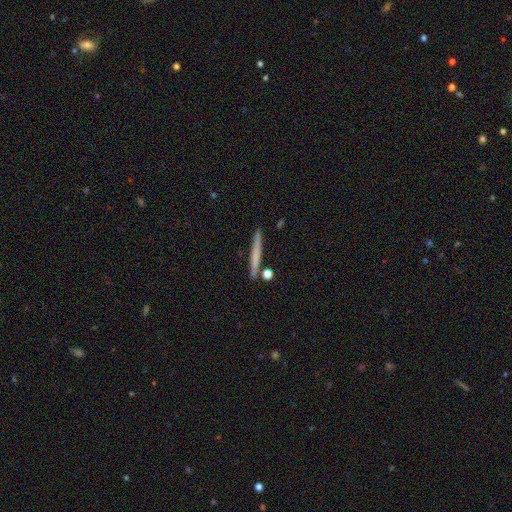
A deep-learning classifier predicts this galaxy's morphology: This is possibly a smooth galaxy (57%). How rounded: clearly cigar-shaped (96%). Merging: clearly none (86%).